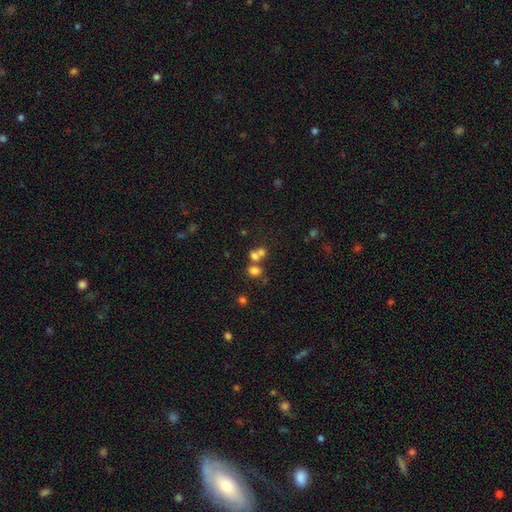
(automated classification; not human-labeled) Smooth or featured? Predicted: smooth (p=0.67). How rounded? Predicted: round (p=0.63). Merging? Predicted: merger (p=0.49).